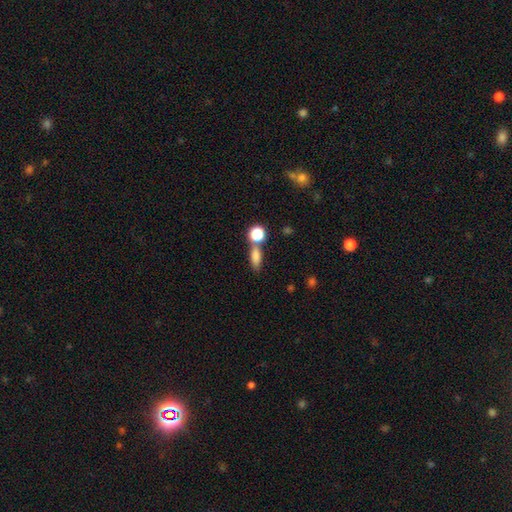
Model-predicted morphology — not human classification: Smooth or featured?
  - smooth: 79% *
  - star or artifact: 12%
  - featured or disk: 9%
How rounded?
  - in between: 62% *
  - cigar-shaped: 21%
  - round: 17%
Merging?
  - none: 57% *
  - merger: 26%
  - minor disturbance: 12%
  - major disturbance: 5%